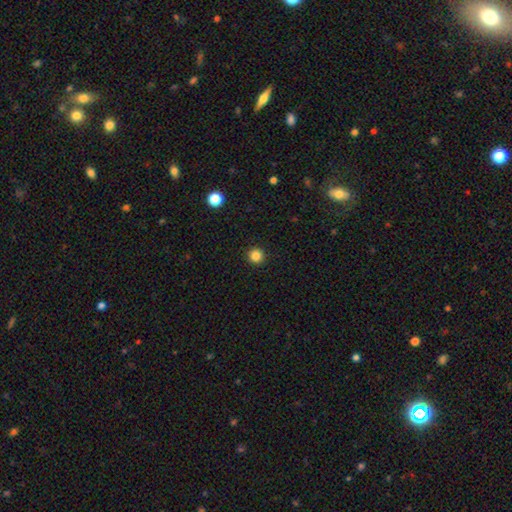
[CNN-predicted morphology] Smooth or featured?
  - smooth: 85% *
  - star or artifact: 12%
  - featured or disk: 3%
How rounded?
  - round: 96% *
  - in between: 3%
  - cigar-shaped: 1%
Merging?
  - none: 93% *
  - minor disturbance: 4%
  - major disturbance: 2%
  - merger: 1%